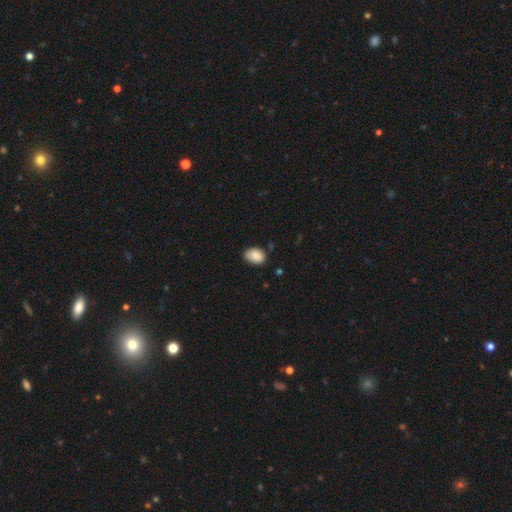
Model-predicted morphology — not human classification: A smooth galaxy with no disk features (86%) that is in between round and cigar-shaped (78%).

Vote fractions:
- Smooth or featured? smooth: 86% / star or artifact: 8% / featured or disk: 7%
- How rounded? in between: 78% / round: 21% / cigar-shaped: 1%
- Merging? none: 73% / minor disturbance: 21% / major disturbance: 3% / merger: 2%